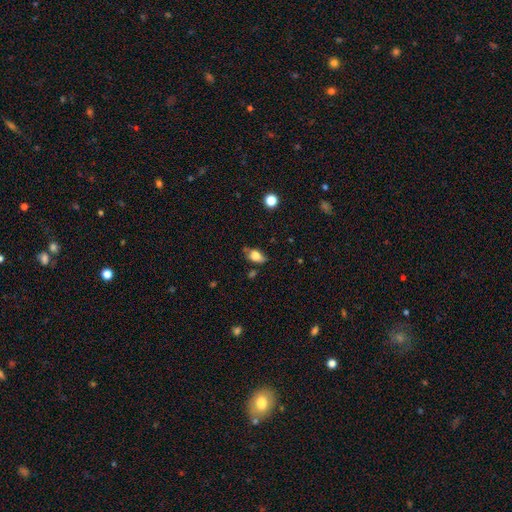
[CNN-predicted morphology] Smooth or featured? Predicted: smooth (p=0.74). How rounded? Predicted: in between (p=0.85). Merging? Predicted: none (p=0.59).